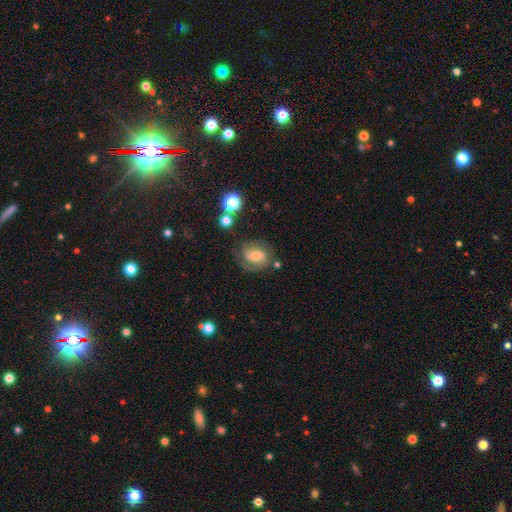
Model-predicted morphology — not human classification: Smooth or featured?
  - featured or disk: 69% *
  - smooth: 21%
  - star or artifact: 10%
Edge-on disk?
  - no: 97% *
  - yes: 3%
Bar?
  - no: 45% *
  - weak: 42%
  - strong: 13%
Spiral arms?
  - yes: 91% *
  - no: 9%
Spiral winding?
  - tight: 44% *
  - medium: 43%
  - loose: 13%
Spiral arm count?
  - 2: 70% *
  - can't tell: 13%
  - 1: 9%
  - 3: 5%
  - 4: 2%
  - more than 4: 2%
Bulge size?
  - moderate: 45% *
  - small: 39%
  - large: 9%
  - none: 5%
  - dominant: 2%
Merging?
  - none: 67% *
  - minor disturbance: 18%
  - major disturbance: 11%
  - merger: 4%